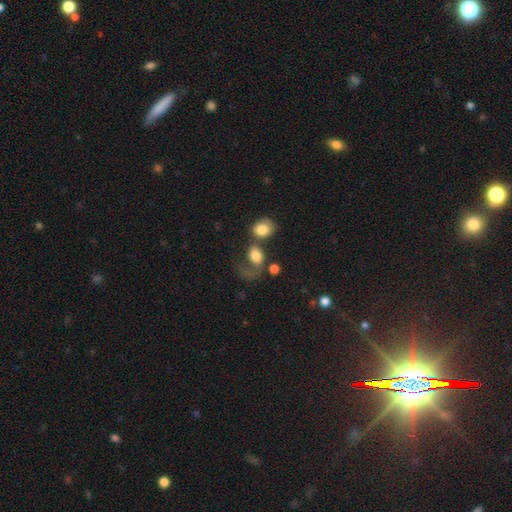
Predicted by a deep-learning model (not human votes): Morphology: type=smooth (71%); roundness=in between (65%); merging=major disturbance (36%).